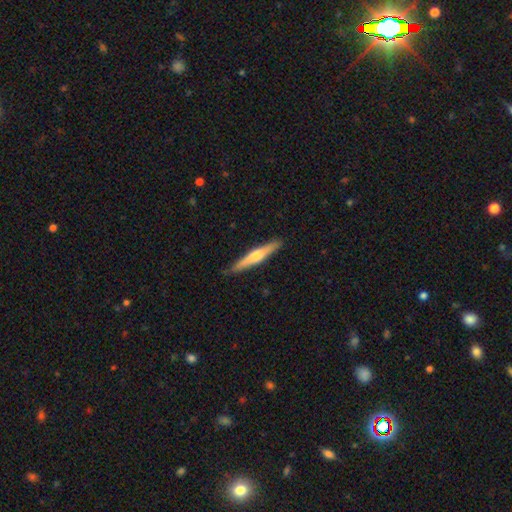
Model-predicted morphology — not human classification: Smooth or featured: featured or disk — 52% (smooth — 43%)
Edge-on disk: yes — 96% (no — 4%)
Merging: none — 88% (minor disturbance — 9%)